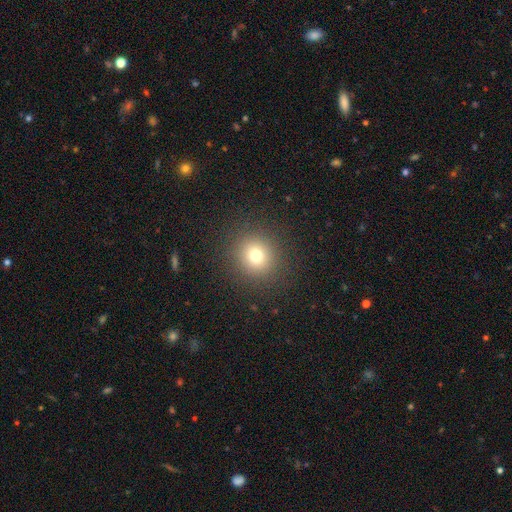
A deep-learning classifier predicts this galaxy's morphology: Overall: smooth (74%). How rounded: round (90%). Merging: none (90%).